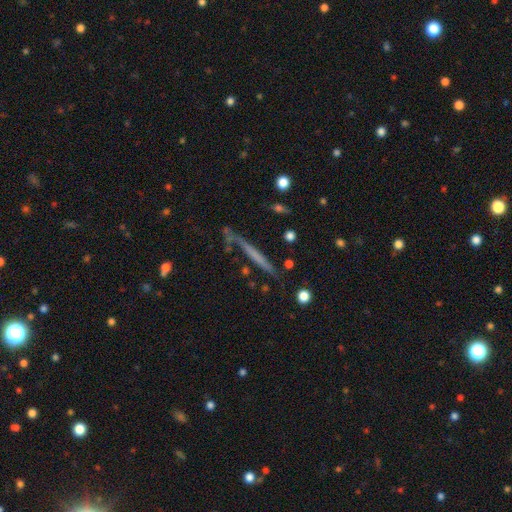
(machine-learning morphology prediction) Overall: featured or disk (48%; smooth 44%). Merging: none (76%).